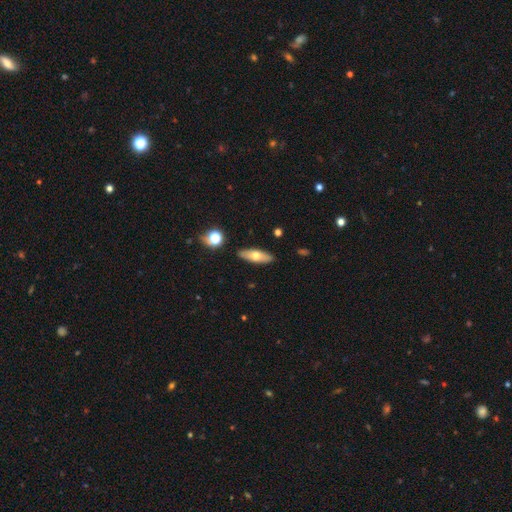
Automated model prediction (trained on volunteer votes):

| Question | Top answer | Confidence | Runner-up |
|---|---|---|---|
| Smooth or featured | smooth | 58% | featured or disk (34%) |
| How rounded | in between | 58% | cigar-shaped (39%) |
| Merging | none | 88% | minor disturbance (8%) |